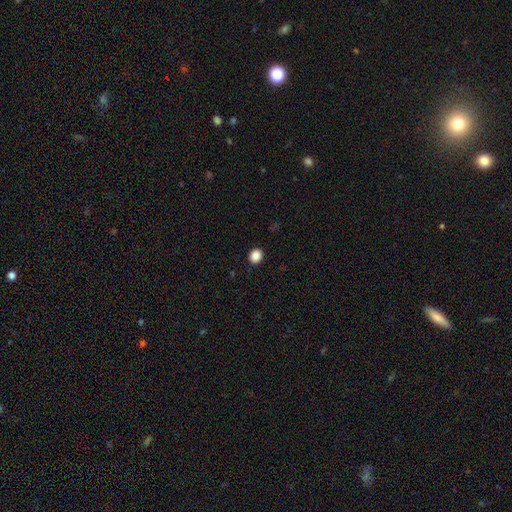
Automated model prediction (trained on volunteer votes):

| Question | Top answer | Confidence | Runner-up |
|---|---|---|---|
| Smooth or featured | smooth | 87% | star or artifact (10%) |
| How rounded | round | 74% | in between (25%) |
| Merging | none | 92% | minor disturbance (5%) |